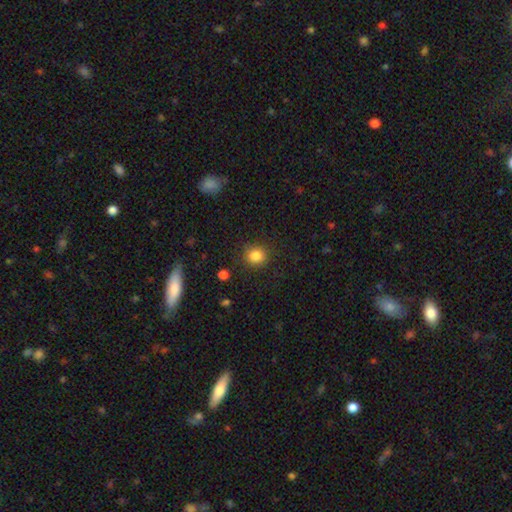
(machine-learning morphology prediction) Smooth or featured: smooth — 85% (star or artifact — 11%)
How rounded: round — 84% (in between — 15%)
Merging: none — 87% (minor disturbance — 9%)